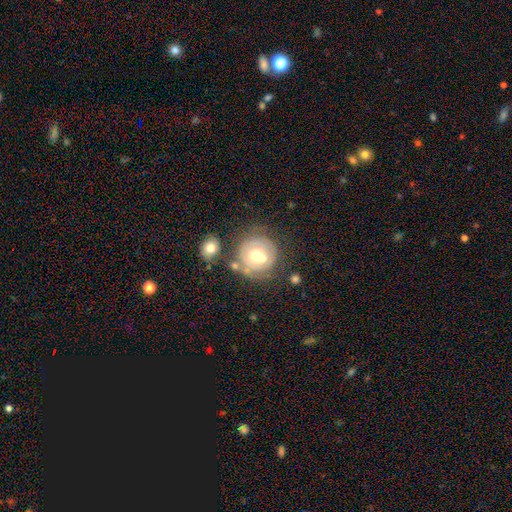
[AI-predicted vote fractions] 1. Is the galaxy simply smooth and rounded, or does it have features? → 56% featured or disk, 35% smooth, 8% star or artifact.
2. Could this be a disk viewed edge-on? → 97% no, 3% yes.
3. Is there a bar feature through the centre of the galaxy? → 74% no, 21% weak, 5% strong.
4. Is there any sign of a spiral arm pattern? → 54% yes, 46% no.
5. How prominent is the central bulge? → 66% moderate, 17% small, 14% large, 2% none, 2% dominant.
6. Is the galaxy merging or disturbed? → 52% none, 20% minor disturbance, 17% merger, 12% major disturbance.